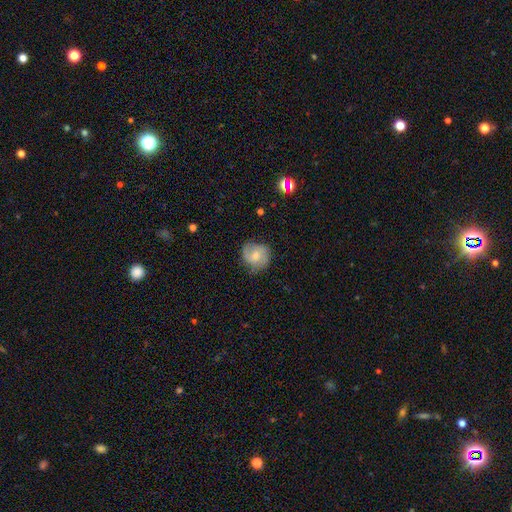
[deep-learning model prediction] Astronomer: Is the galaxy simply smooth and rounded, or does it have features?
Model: smooth — 48% (runner-up: featured or disk, 45%).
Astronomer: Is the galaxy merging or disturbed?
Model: none — 69%.